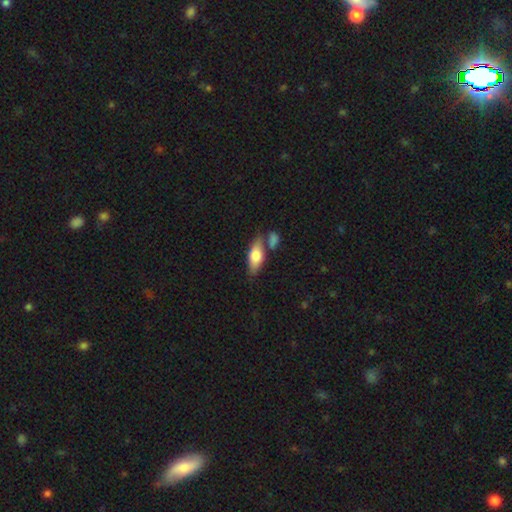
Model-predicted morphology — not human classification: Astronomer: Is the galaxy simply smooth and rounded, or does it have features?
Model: smooth — 67%.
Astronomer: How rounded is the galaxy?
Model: in between — 73%.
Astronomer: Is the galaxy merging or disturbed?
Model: none — 60%.